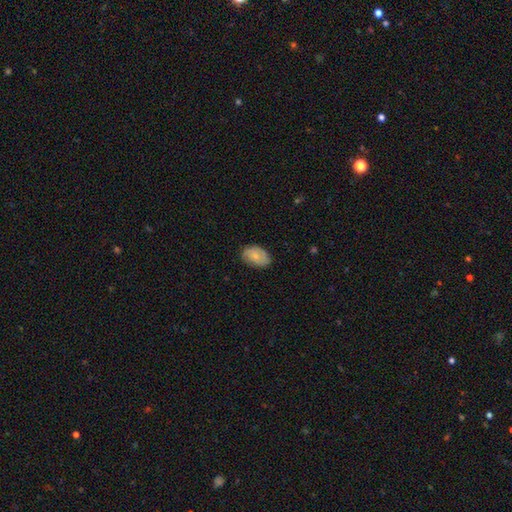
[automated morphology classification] Smooth or featured?
  - smooth: 63% *
  - featured or disk: 30%
  - star or artifact: 7%
How rounded?
  - in between: 87% *
  - round: 11%
  - cigar-shaped: 1%
Merging?
  - none: 76% *
  - minor disturbance: 19%
  - major disturbance: 4%
  - merger: 1%